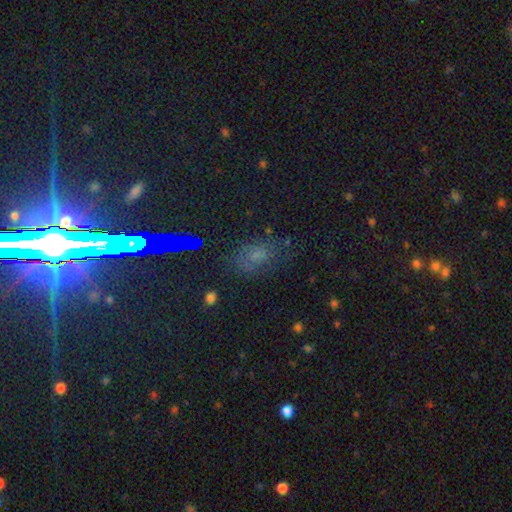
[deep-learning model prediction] Overall: smooth (46%; star or artifact 38%). Merging: none (71%).